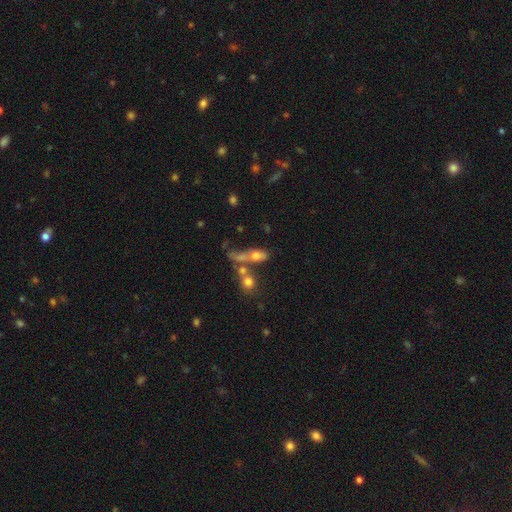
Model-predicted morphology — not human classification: The model was most divided on "merging": merger: 40%, none: 29%, major disturbance: 17%, minor disturbance: 14%. More confident: how rounded — in between (59%); smooth or featured — smooth (57%).